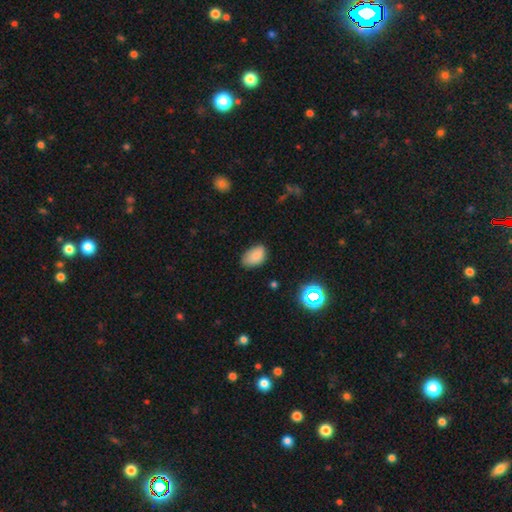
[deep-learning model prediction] smooth 83%, star or artifact 11%, featured or disk 7%. Down the decision tree: how rounded — in between (91%); merging — none (69%).